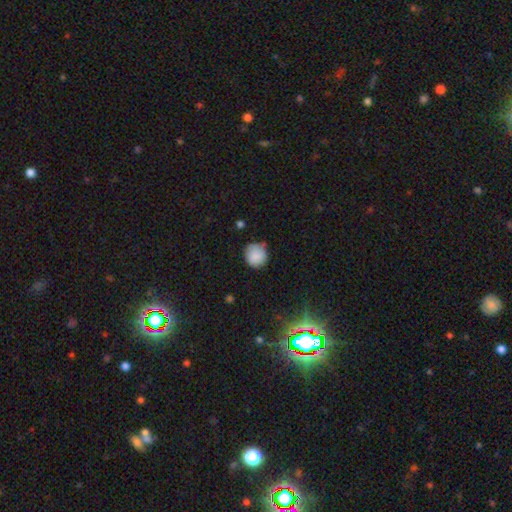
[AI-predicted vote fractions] smooth 85%, star or artifact 9%, featured or disk 6%. Down the decision tree: how rounded — round (89%); merging — none (64%).